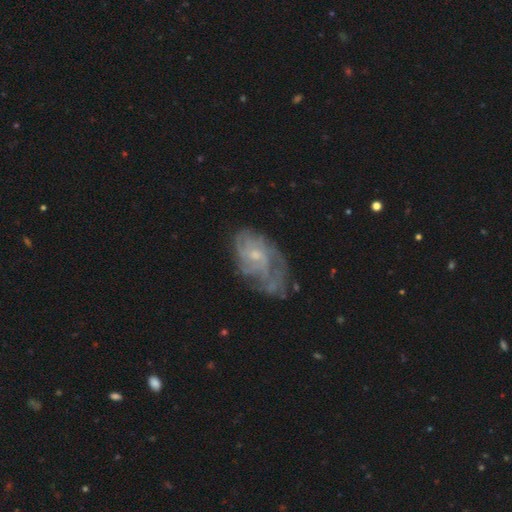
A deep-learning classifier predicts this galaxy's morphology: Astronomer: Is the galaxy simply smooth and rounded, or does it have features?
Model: featured or disk — 74%.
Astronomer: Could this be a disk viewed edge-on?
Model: no — 96%.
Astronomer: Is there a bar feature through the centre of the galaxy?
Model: no — 69%.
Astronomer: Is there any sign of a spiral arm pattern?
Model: yes — 81%.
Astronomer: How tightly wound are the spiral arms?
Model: tight — 48% (runner-up: medium, 36%).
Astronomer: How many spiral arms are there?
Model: can't tell — 50%.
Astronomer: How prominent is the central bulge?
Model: small — 57% (runner-up: moderate, 35%).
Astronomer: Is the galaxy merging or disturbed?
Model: none — 47% (runner-up: minor disturbance, 27%).